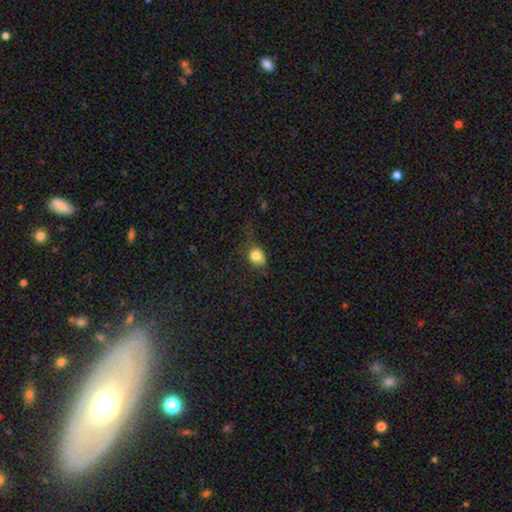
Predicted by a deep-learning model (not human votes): Morphology: type=smooth (79%); roundness=round (57%); merging=none (39%).